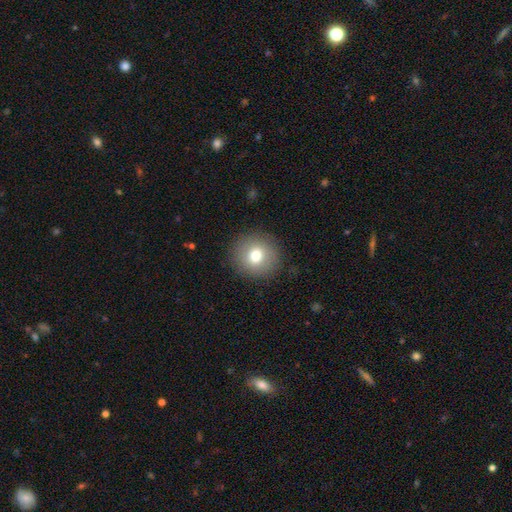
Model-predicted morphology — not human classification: smooth-or-featured: smooth: 77% | featured or disk: 13% | star or artifact: 10%
  how-rounded: round: 93% | in between: 7% | cigar-shaped: 1%
  merging: none: 90% | minor disturbance: 6% | major disturbance: 3% | merger: 1%